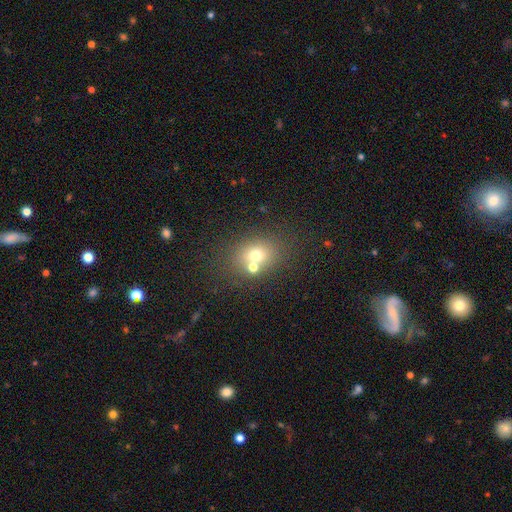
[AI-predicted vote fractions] Morphology: type=smooth (67%); roundness=round (57%); merging=none (54%).